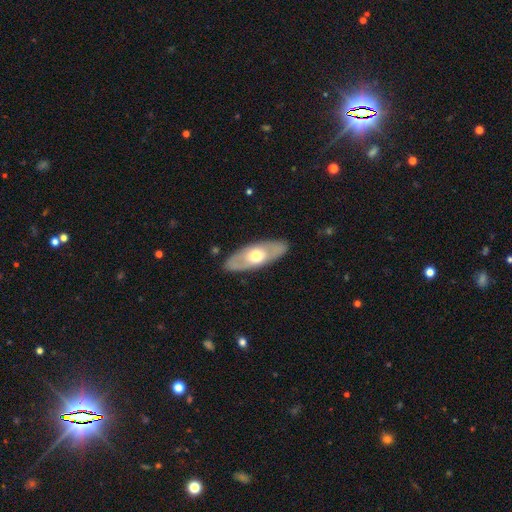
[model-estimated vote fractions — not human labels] Smooth or featured? featured or disk (51%)
Edge-on disk? no (71%)
Merging? none (87%)